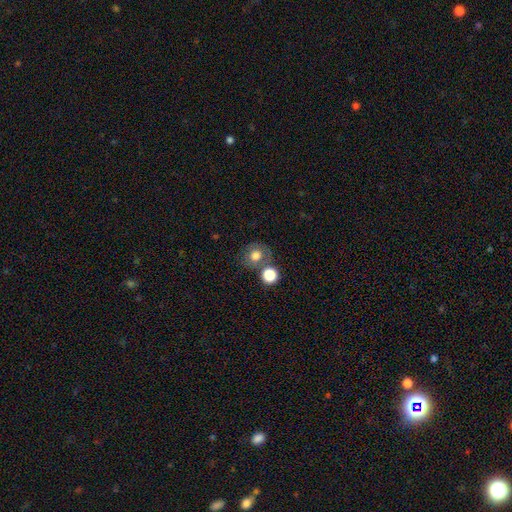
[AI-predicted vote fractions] The model was most divided on "merging": none: 57%, merger: 25%, minor disturbance: 12%, major disturbance: 6%. More confident: how rounded — round (78%); smooth or featured — smooth (73%).